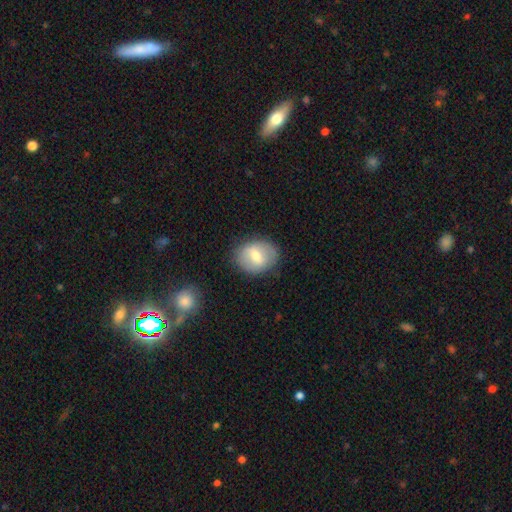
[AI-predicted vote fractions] Smooth or featured: smooth — 58% (featured or disk — 35%)
How rounded: in between — 53% (round — 46%)
Merging: none — 82% (minor disturbance — 13%)